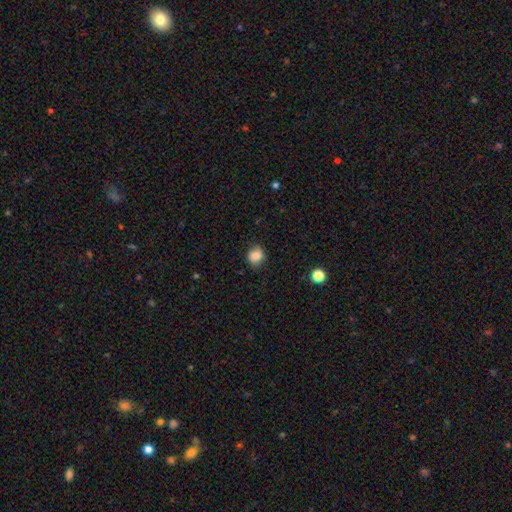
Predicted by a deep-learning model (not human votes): This appears to be a smooth galaxy with no disk features (85%) that is round (71%). Merging: none (79%).